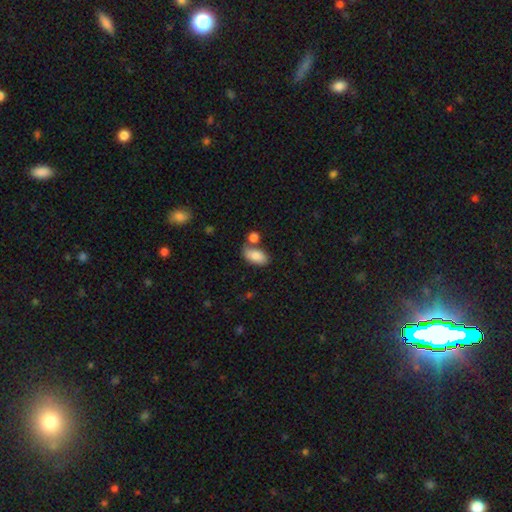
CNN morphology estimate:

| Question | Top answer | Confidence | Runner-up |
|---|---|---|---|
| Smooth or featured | smooth | 83% | featured or disk (10%) |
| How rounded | in between | 93% | round (4%) |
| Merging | none | 56% | merger (22%) |